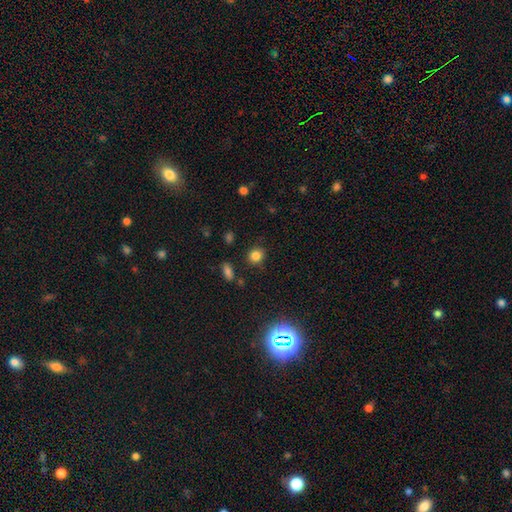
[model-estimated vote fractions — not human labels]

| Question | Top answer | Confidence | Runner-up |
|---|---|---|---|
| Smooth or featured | smooth | 83% | star or artifact (13%) |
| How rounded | round | 78% | in between (21%) |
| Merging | none | 84% | minor disturbance (10%) |